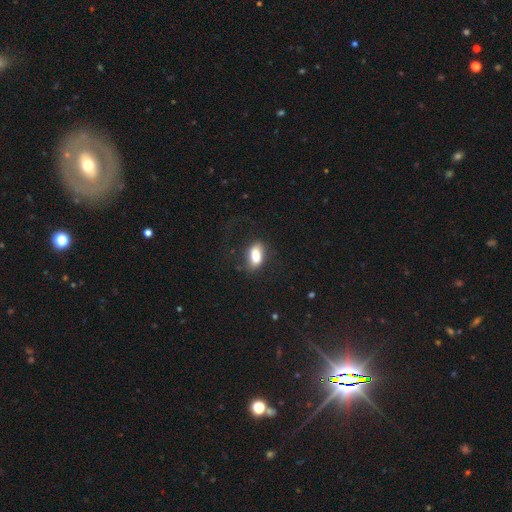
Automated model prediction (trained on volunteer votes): Overall: smooth (80%). How rounded: in between (88%). Merging: none (67%).